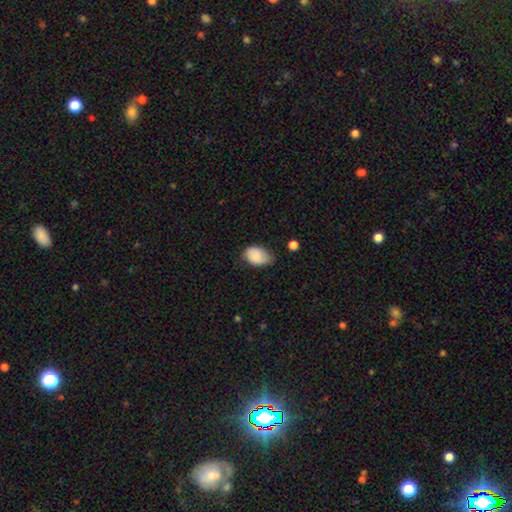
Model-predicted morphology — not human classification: A smooth galaxy with no disk features (82%) that is in between round and cigar-shaped (82%). Merging: none (53%).